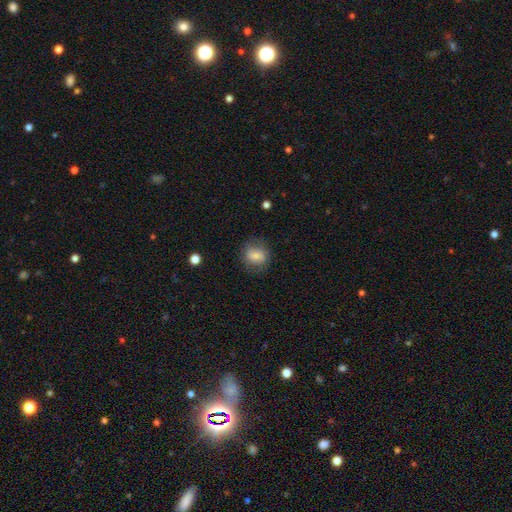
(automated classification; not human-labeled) Smooth or featured? smooth (68%)
How rounded? round (68%)
Merging? none (74%)